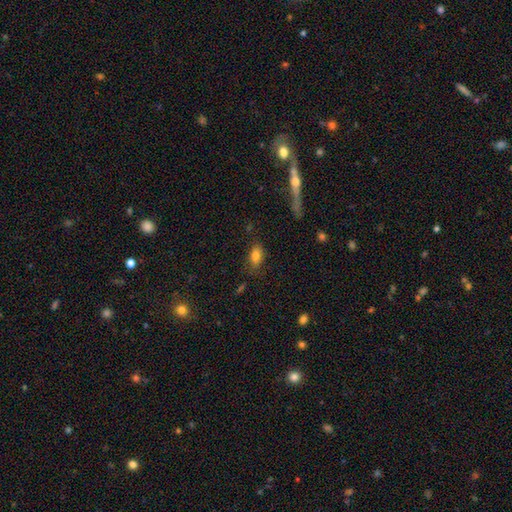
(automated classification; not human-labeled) A smooth galaxy with no disk features (80%) that is in between round and cigar-shaped (87%).

Vote fractions:
- Smooth or featured? smooth: 80% / star or artifact: 10% / featured or disk: 10%
- How rounded? in between: 87% / round: 8% / cigar-shaped: 5%
- Merging? none: 79% / minor disturbance: 15% / major disturbance: 4% / merger: 2%